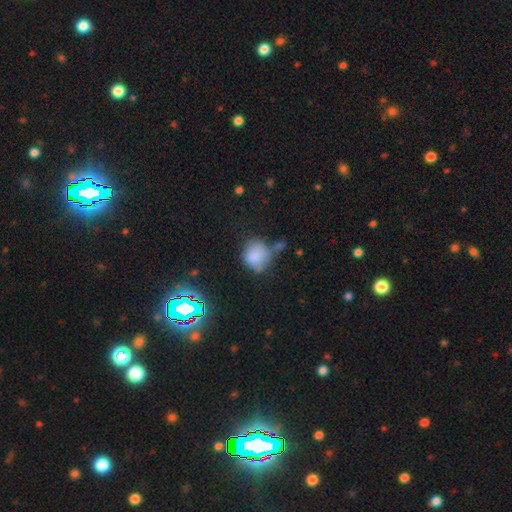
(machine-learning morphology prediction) smooth-or-featured: smooth: 78% | star or artifact: 11% | featured or disk: 11%
  how-rounded: round: 74% | in between: 25% | cigar-shaped: 1%
  merging: none: 42% | minor disturbance: 28% | merger: 16% | major disturbance: 15%